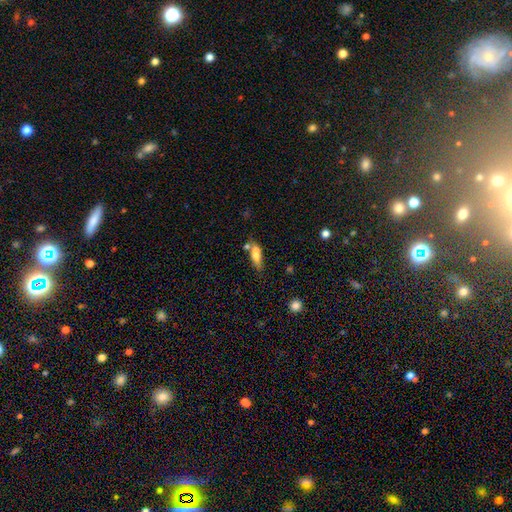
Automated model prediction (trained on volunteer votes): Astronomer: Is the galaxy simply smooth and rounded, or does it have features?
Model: smooth — 67%.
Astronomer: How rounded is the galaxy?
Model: in between — 59% (runner-up: cigar-shaped, 35%).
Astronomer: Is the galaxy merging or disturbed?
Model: merger — 39%, tied with none at 39%.